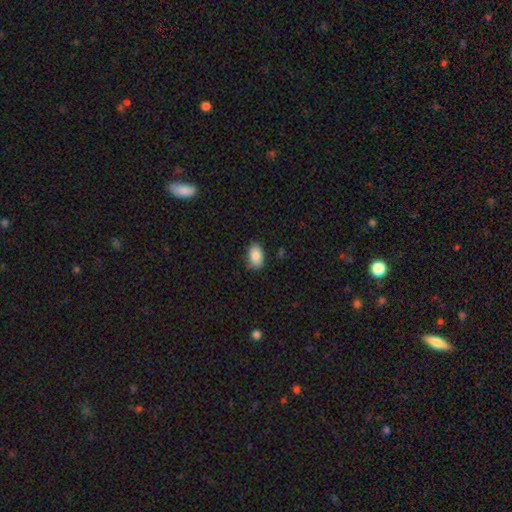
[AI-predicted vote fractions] Smooth or featured? smooth (87%)
How rounded? in between (89%)
Merging? none (80%)